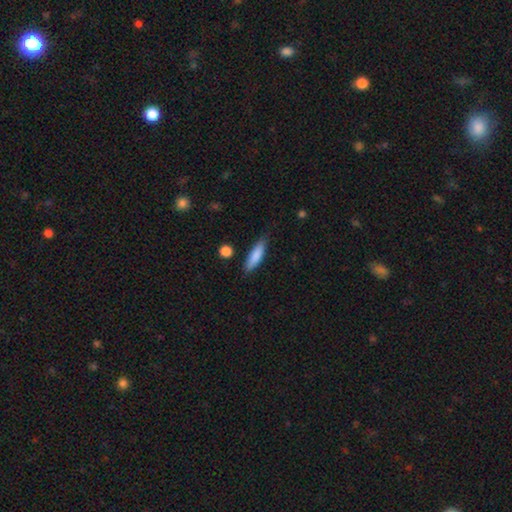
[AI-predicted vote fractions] This is clearly a smooth galaxy (82%). How rounded: likely cigar-shaped (68%). Merging: clearly none (82%).